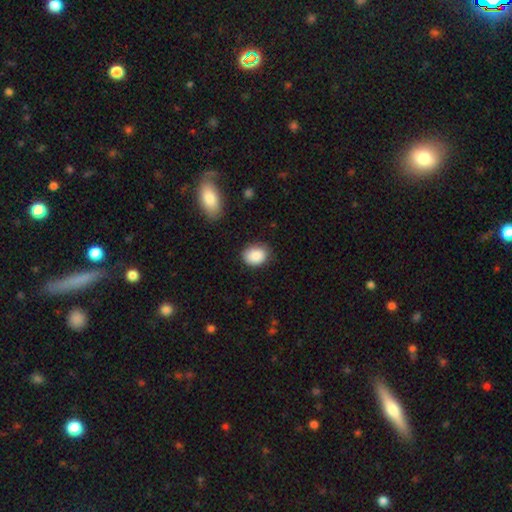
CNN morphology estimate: Smooth or featured: smooth — 88% (star or artifact — 7%)
How rounded: in between — 66% (round — 33%)
Merging: none — 81% (minor disturbance — 14%)